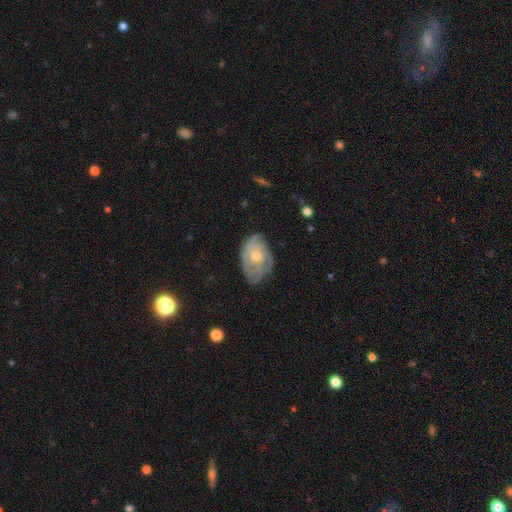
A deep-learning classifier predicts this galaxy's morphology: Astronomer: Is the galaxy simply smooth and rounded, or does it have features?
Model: featured or disk — 70%.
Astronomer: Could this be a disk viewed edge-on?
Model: no — 95%.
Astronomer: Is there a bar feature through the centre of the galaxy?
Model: no — 78%.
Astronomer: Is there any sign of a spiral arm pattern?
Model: yes — 79%.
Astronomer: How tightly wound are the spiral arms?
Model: tight — 61%.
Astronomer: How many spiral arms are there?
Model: can't tell — 48%.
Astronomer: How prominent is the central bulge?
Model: moderate — 58% (runner-up: small, 37%).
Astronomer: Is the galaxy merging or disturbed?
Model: none — 63%.